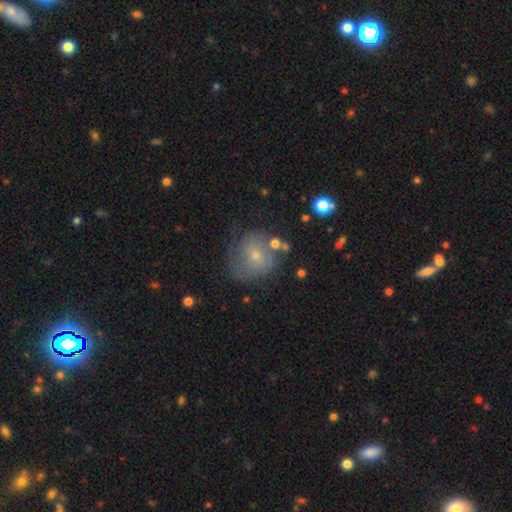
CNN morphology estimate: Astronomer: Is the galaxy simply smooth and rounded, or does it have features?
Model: featured or disk — 50% (runner-up: smooth, 40%).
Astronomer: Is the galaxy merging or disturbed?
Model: none — 53%.